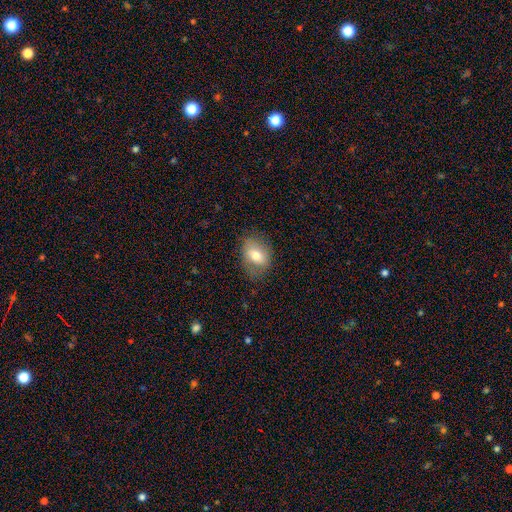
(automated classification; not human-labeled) A smooth galaxy with no disk features (66%) that is in between round and cigar-shaped (79%). Merging: none (74%).